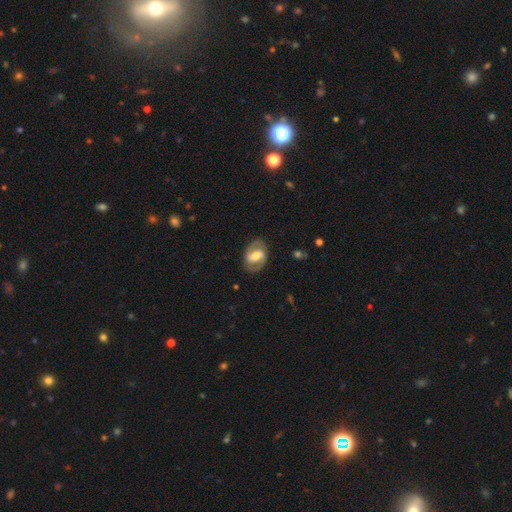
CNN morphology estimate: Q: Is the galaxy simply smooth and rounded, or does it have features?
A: featured or disk — 70%.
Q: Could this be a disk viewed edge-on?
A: no — 95%.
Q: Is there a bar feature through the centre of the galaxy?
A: strong — 45%.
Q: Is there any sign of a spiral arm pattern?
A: yes — 79%.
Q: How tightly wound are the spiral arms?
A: medium — 48%.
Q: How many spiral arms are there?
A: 2 — 87%.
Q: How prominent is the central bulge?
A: moderate — 57%.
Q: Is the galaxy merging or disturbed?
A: none — 81%.